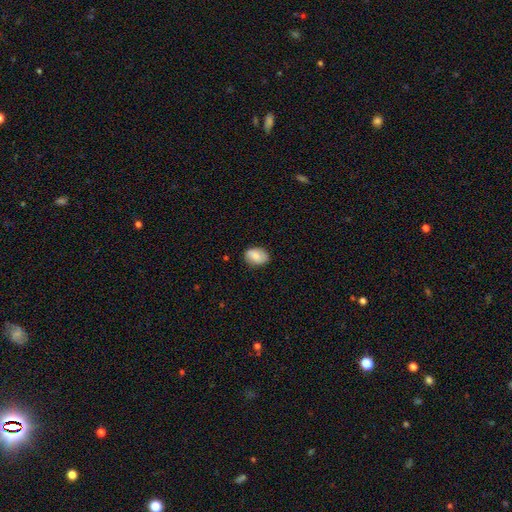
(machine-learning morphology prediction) Smooth or featured? Predicted: smooth (p=0.75). How rounded? Predicted: in between (p=0.76). Merging? Predicted: none (p=0.81).